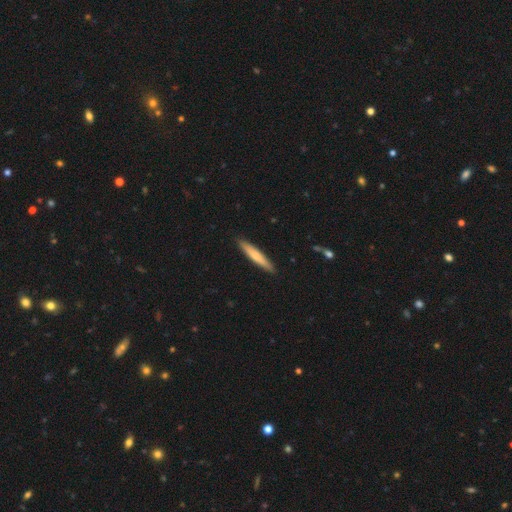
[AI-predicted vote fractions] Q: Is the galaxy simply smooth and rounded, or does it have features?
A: smooth — 67%.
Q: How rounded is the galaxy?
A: cigar-shaped — 92%.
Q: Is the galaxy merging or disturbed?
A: none — 90%.